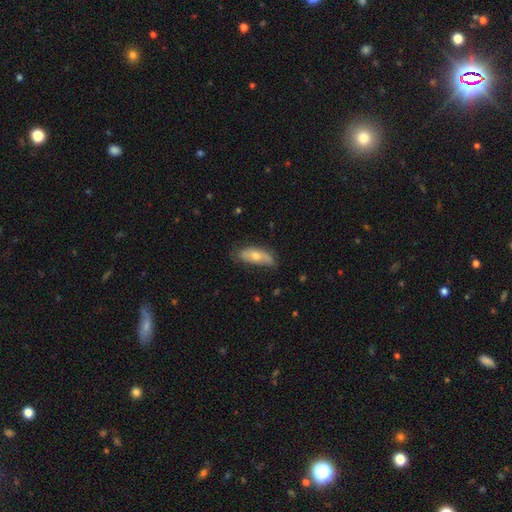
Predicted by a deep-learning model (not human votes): Overall: smooth (61%; featured or disk 32%). How rounded: in between (78%). Merging: none (57%; minor disturbance 32%).